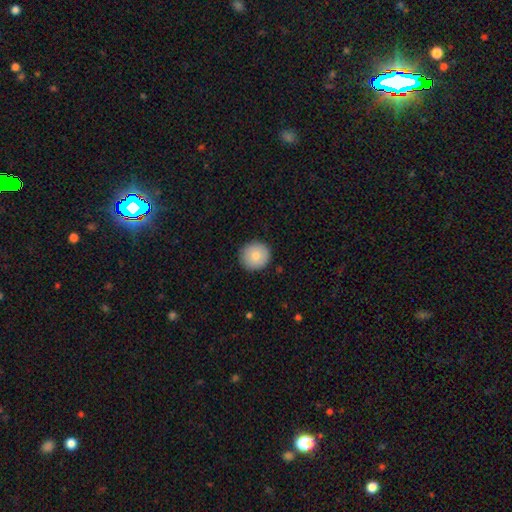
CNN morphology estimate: The model was most divided on "smooth or featured": smooth: 82%, featured or disk: 11%, star or artifact: 7%. More confident: how rounded — round (93%); merging — none (90%).